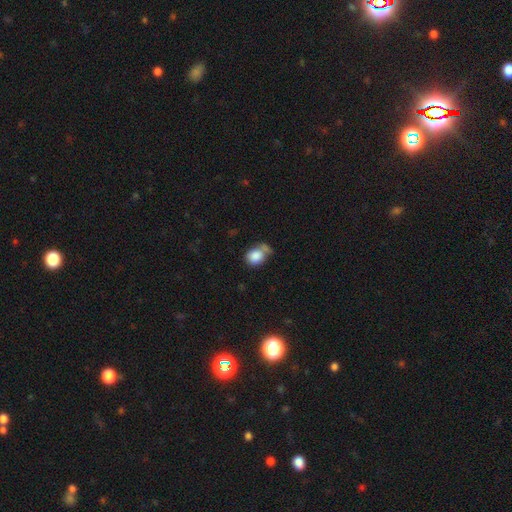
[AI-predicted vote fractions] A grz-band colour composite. It shows a smooth galaxy with no disk features (84%) that is round (57%). Merging: none (43%).